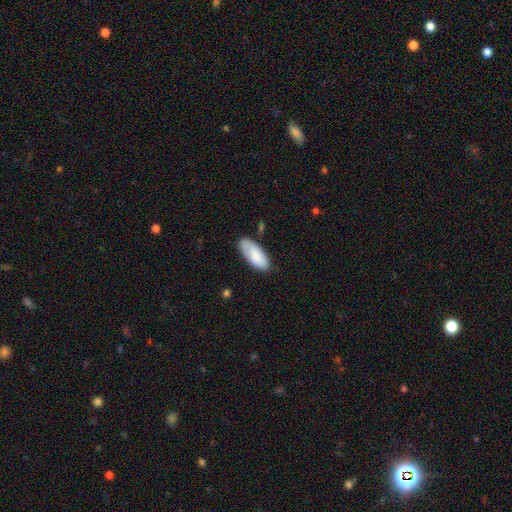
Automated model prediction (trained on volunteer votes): smooth 81%, featured or disk 13%, star or artifact 6%. Down the decision tree: how rounded — in between (85%); merging — none (66%).